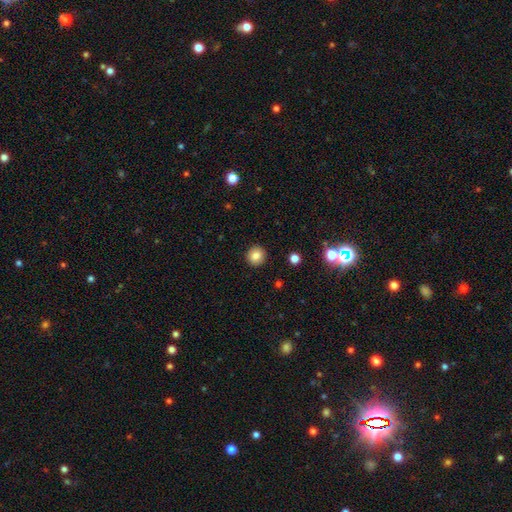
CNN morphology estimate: smooth 84%, star or artifact 10%, featured or disk 7%. Down the decision tree: how rounded — round (92%); merging — none (92%).